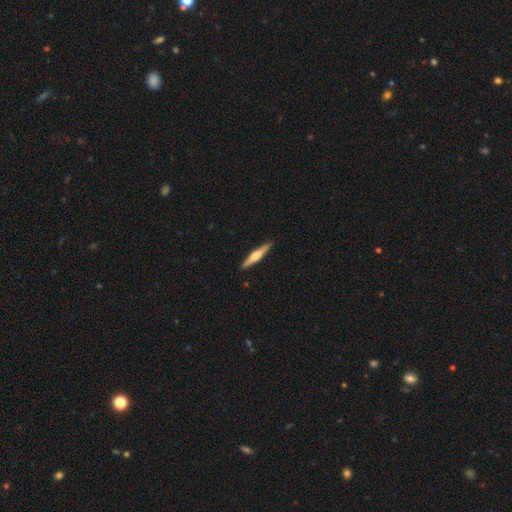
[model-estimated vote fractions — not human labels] This appears to be a featured or disk galaxy (60%) viewed edge-on (98%) with a rounded central bulge (81%). Merging: none (92%).